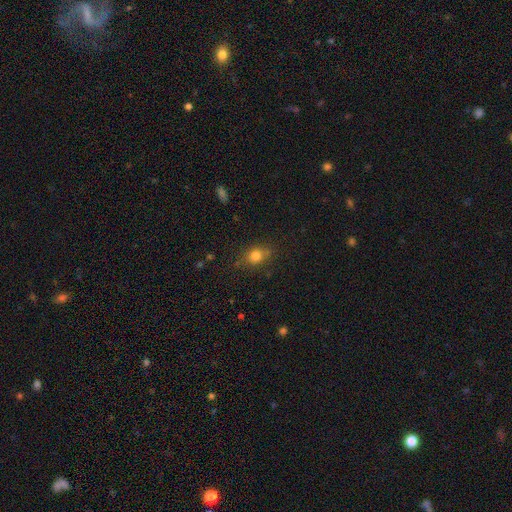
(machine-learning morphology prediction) type=smooth (78%); roundness=round (53%); merging=none (77%).